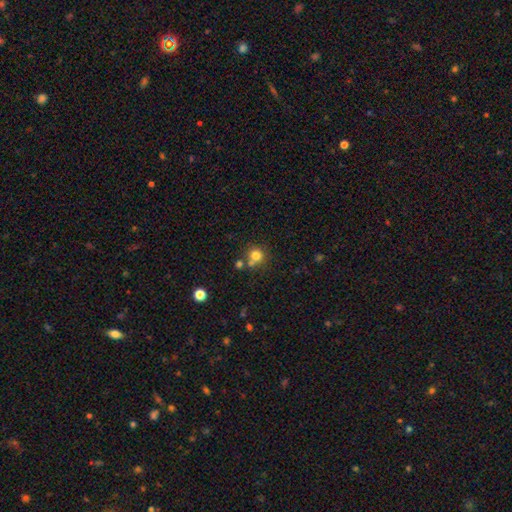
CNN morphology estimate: Overall: smooth (78%). How rounded: round (89%). Merging: none (60%; merger 26%).